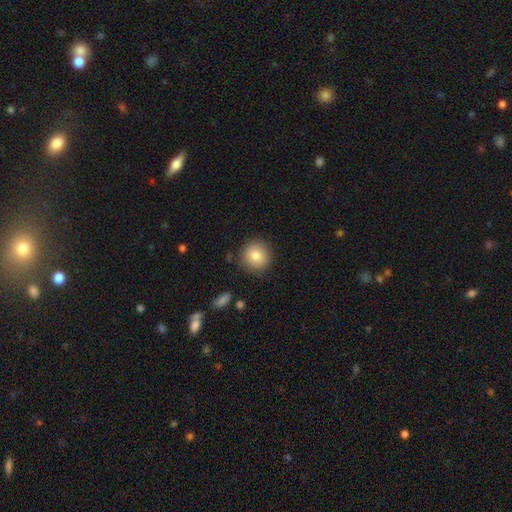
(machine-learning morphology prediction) Smooth or featured?
  - smooth: 83% *
  - featured or disk: 9%
  - star or artifact: 9%
How rounded?
  - round: 91% *
  - in between: 8%
  - cigar-shaped: 1%
Merging?
  - none: 85% *
  - minor disturbance: 10%
  - major disturbance: 3%
  - merger: 2%